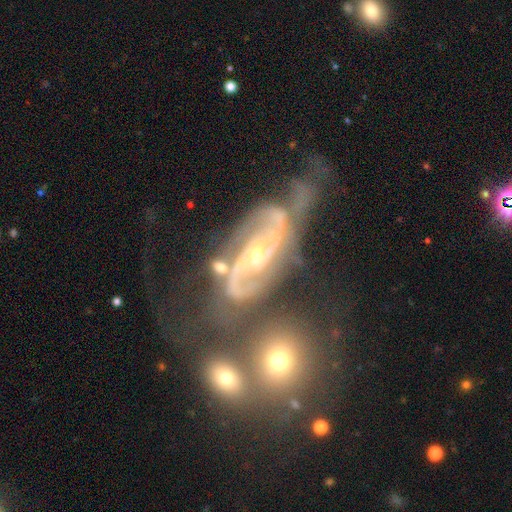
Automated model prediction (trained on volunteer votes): Q: Smooth or featured?
A: featured or disk (89%); runner-up: star or artifact (7%)
Q: Edge-on disk?
A: no (95%); runner-up: yes (5%)
Q: Bar?
A: no (40%); runner-up: weak (34%)
Q: Spiral arms?
A: yes (97%); runner-up: no (3%)
Q: Spiral winding?
A: medium (46%); runner-up: tight (40%)
Q: Spiral arm count?
A: 2 (65%); runner-up: 3 (13%)
Q: Bulge size?
A: small (60%); runner-up: moderate (36%)
Q: Merging?
A: none (41%); runner-up: minor disturbance (24%)